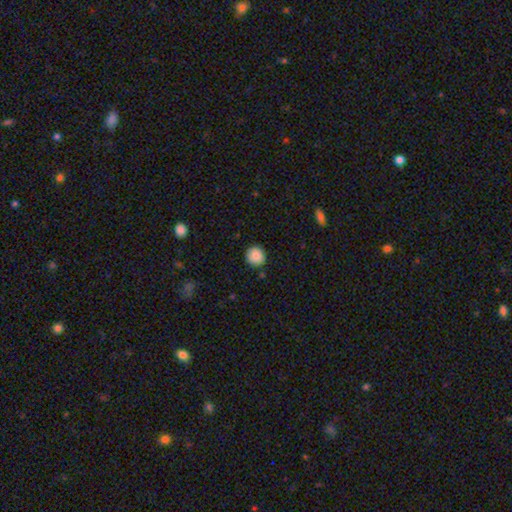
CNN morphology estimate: Q: Smooth or featured?
A: smooth (89%); runner-up: star or artifact (8%)
Q: How rounded?
A: round (88%); runner-up: in between (11%)
Q: Merging?
A: none (88%); runner-up: minor disturbance (9%)